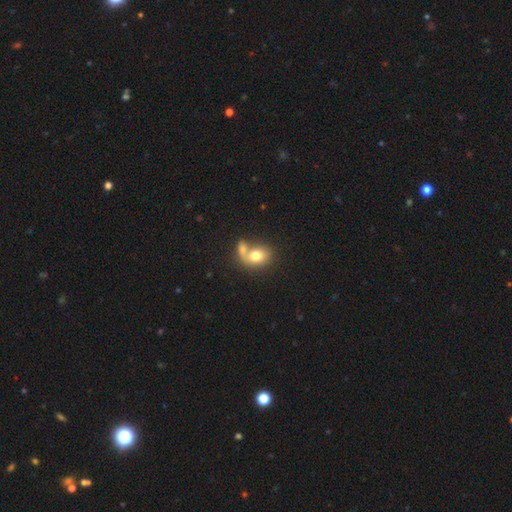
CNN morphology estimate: A smooth galaxy with no disk features (74%) that is in between round and cigar-shaped (56%). Merging: merger (58%).